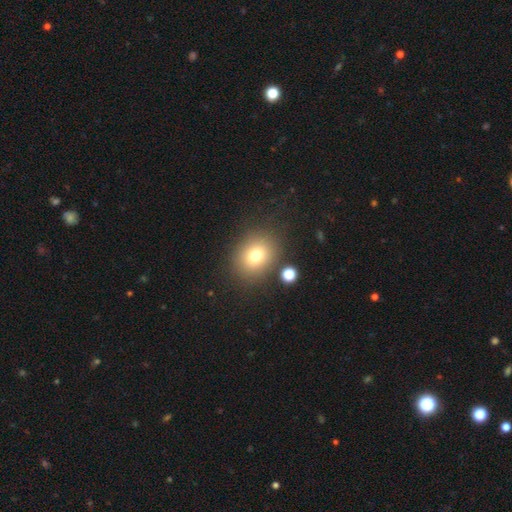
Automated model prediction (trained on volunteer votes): Smooth or featured? Predicted: smooth (p=0.75). How rounded? Predicted: round (p=0.55). Merging? Predicted: none (p=0.81).